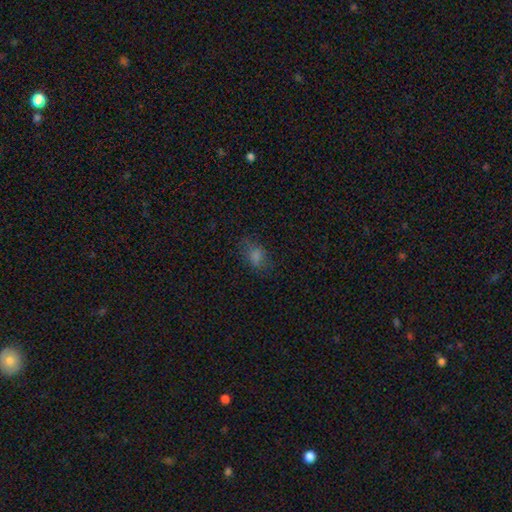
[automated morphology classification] smooth-or-featured: smooth: 65% | star or artifact: 22% | featured or disk: 13%
  how-rounded: in between: 74% | round: 22% | cigar-shaped: 4%
  merging: none: 73% | minor disturbance: 18% | major disturbance: 8% | merger: 1%